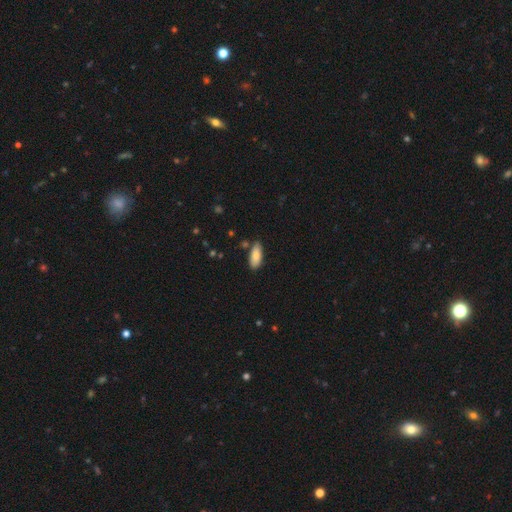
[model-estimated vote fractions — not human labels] smooth-or-featured: smooth: 83% | featured or disk: 11% | star or artifact: 6%
  how-rounded: in between: 79% | cigar-shaped: 19% | round: 2%
  merging: none: 77% | minor disturbance: 16% | merger: 4% | major disturbance: 3%